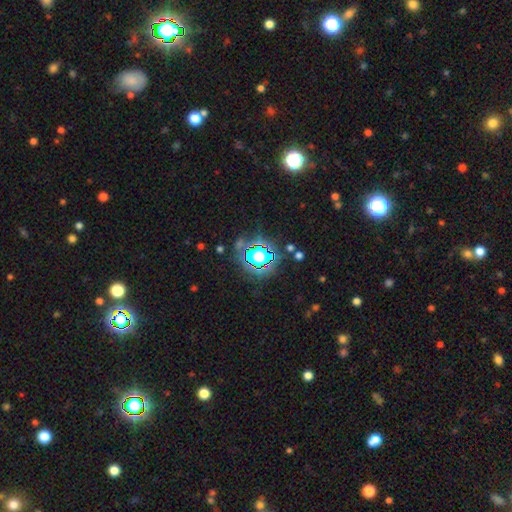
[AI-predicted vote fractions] Smooth or featured? Predicted: star or artifact (p=0.78).